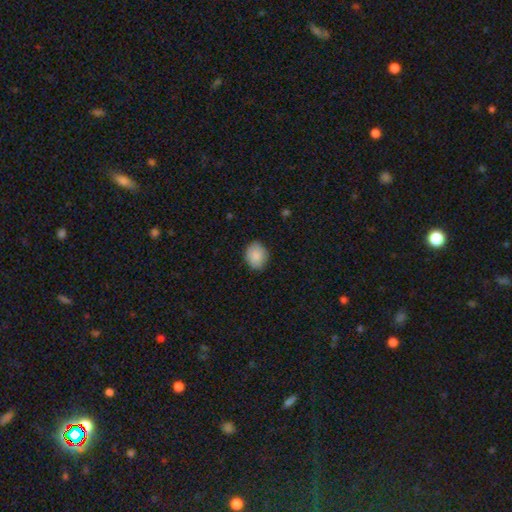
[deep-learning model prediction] Morphology: type=smooth (87%); roundness=round (60%); merging=none (84%).